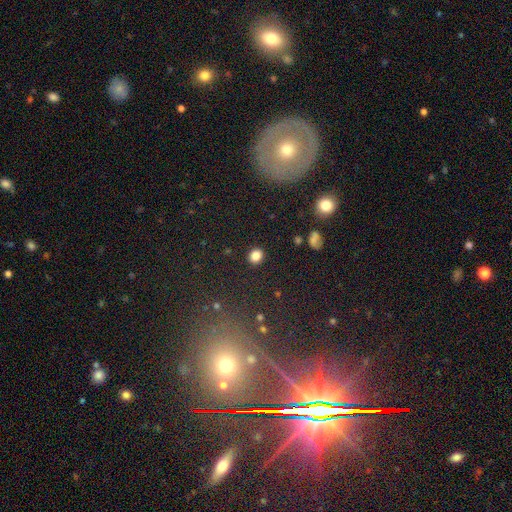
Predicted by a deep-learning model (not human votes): Smooth or featured? Predicted: smooth (p=0.84). How rounded? Predicted: round (p=0.72). Merging? Predicted: none (p=0.90).